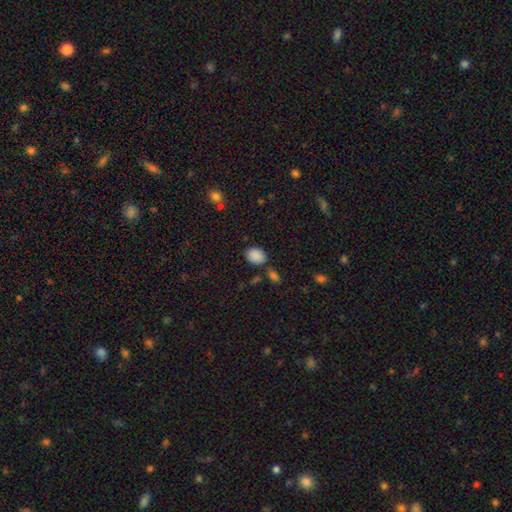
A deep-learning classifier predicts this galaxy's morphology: A smooth galaxy with no disk features (87%) that is in between round and cigar-shaped (66%).

Vote fractions:
- Smooth or featured? smooth: 87% / star or artifact: 9% / featured or disk: 4%
- How rounded? in between: 66% / round: 33% / cigar-shaped: 1%
- Merging? none: 71% / minor disturbance: 15% / merger: 10% / major disturbance: 4%